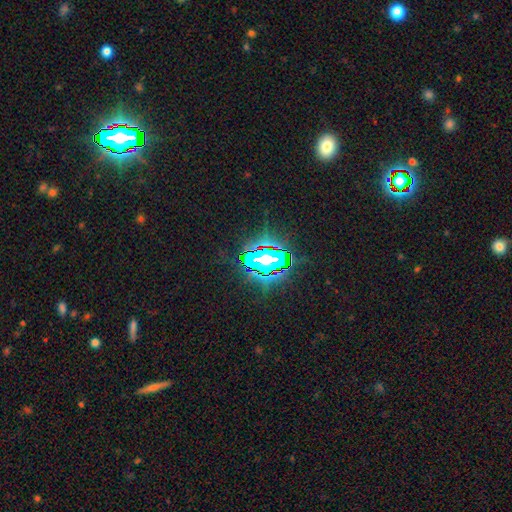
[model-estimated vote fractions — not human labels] Smooth or featured? Predicted: star or artifact (p=0.82).